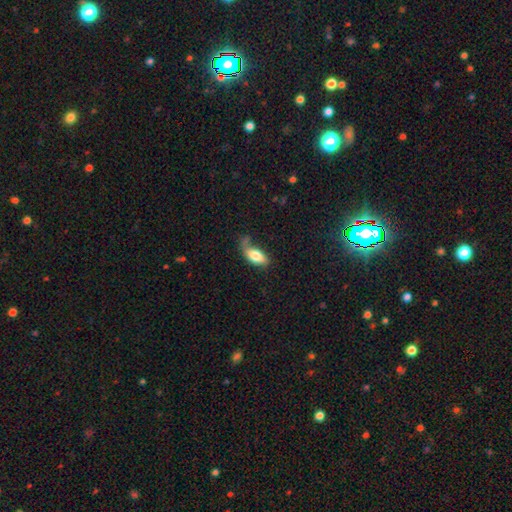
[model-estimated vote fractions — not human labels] smooth 71%, featured or disk 23%, star or artifact 7%. Down the decision tree: how rounded — in between (87%); merging — none (34%).